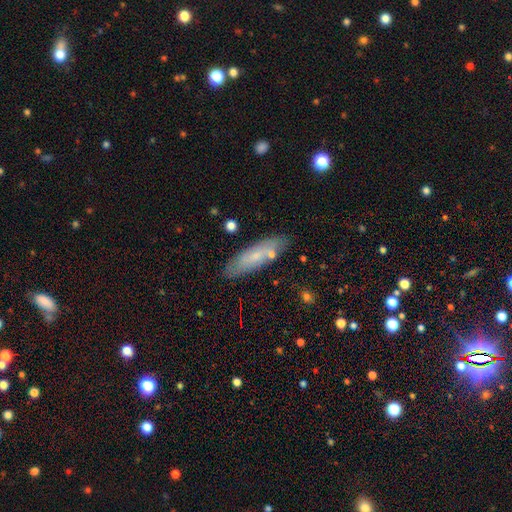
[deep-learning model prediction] A smooth galaxy with no disk features (56%) that is cigar-shaped (56%).

Vote fractions:
- Smooth or featured? smooth: 56% / featured or disk: 36% / star or artifact: 8%
- How rounded? cigar-shaped: 56% / in between: 42% / round: 2%
- Merging? none: 81% / minor disturbance: 13% / merger: 4% / major disturbance: 3%